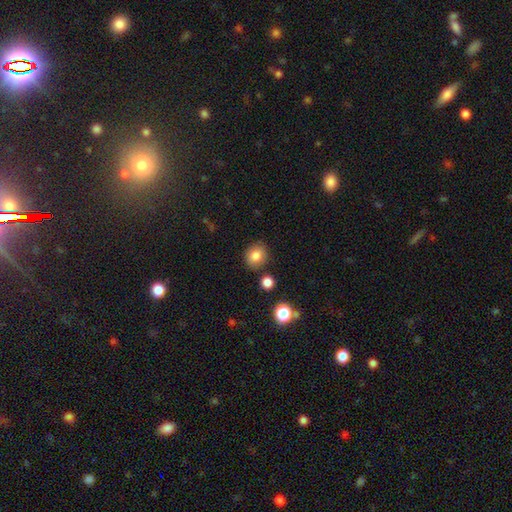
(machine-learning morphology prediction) Smooth or featured: smooth — 82% (star or artifact — 10%)
How rounded: round — 73% (in between — 26%)
Merging: none — 85% (minor disturbance — 9%)